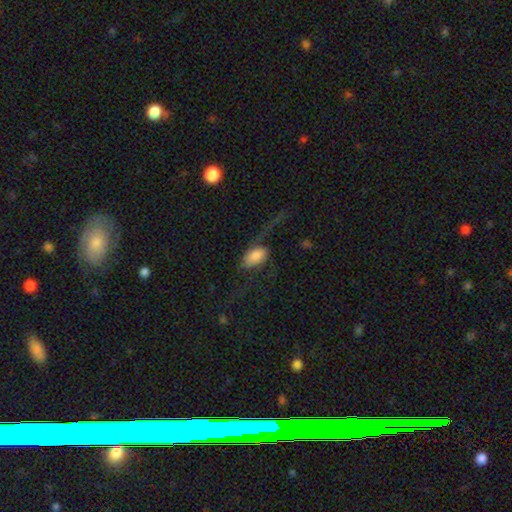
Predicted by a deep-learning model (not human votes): Q: Smooth or featured?
A: smooth (65%); runner-up: featured or disk (27%)
Q: How rounded?
A: in between (92%); runner-up: round (5%)
Q: Merging?
A: major disturbance (49%); runner-up: none (29%)